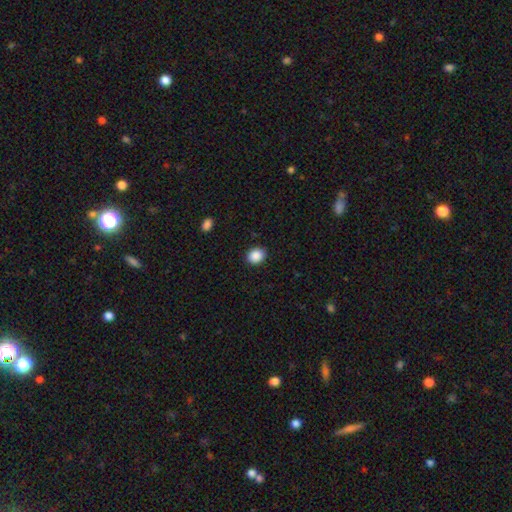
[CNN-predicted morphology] The model was most divided on "how rounded": round: 60%, in between: 40%, cigar-shaped: 1%. More confident: merging — none (90%); smooth or featured — smooth (89%).